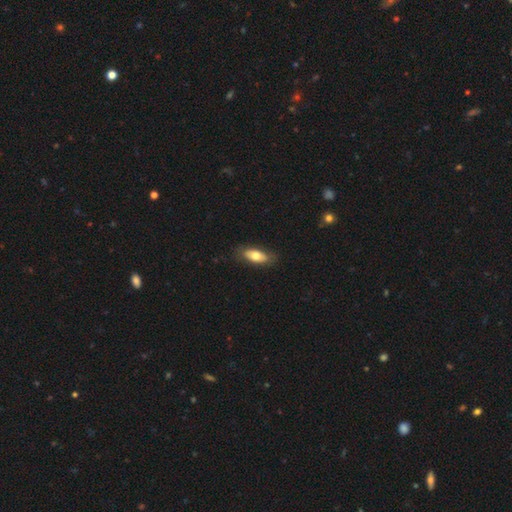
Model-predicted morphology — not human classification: Q: Smooth or featured?
A: smooth (69%); runner-up: featured or disk (25%)
Q: How rounded?
A: in between (79%); runner-up: cigar-shaped (18%)
Q: Merging?
A: none (80%); runner-up: minor disturbance (15%)